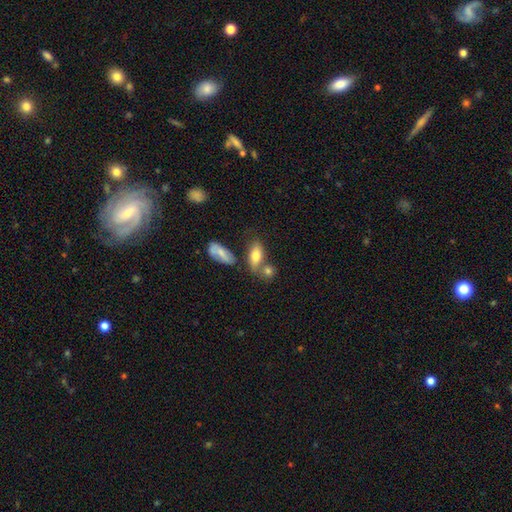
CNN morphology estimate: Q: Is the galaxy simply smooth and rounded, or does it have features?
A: smooth — 76%.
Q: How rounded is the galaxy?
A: in between — 83%.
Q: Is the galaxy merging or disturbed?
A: none — 51%.